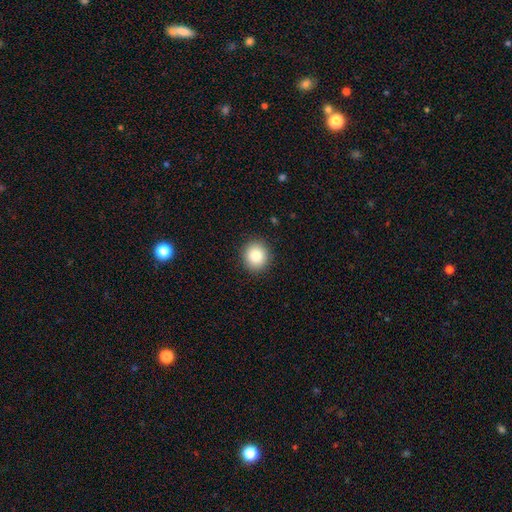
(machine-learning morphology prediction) type=smooth (83%); roundness=round (89%); merging=none (91%).